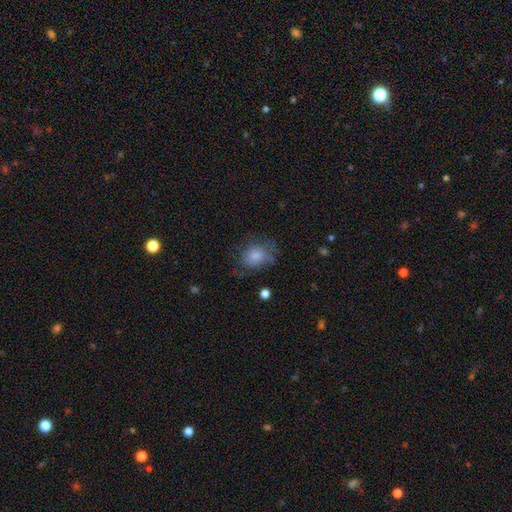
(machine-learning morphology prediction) smooth_or_featured: smooth (p=0.75) [alt: featured or disk p=0.17]
how_rounded: in between (p=0.52) [alt: round p=0.47]
merging: none (p=0.53) [alt: minor disturbance p=0.27]